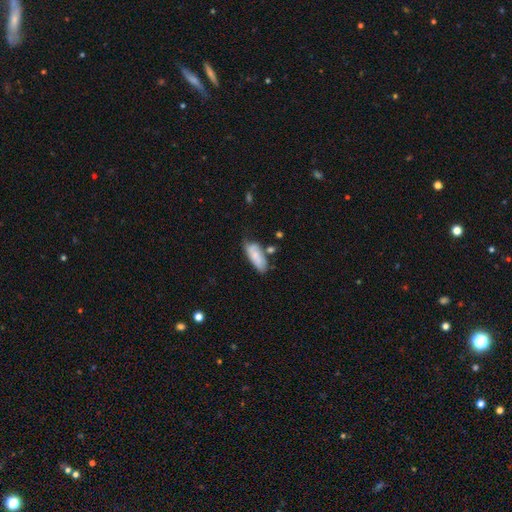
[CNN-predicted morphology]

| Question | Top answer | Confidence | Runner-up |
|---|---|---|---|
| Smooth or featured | smooth | 69% | featured or disk (24%) |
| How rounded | in between | 80% | cigar-shaped (18%) |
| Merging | none | 50% | minor disturbance (30%) |